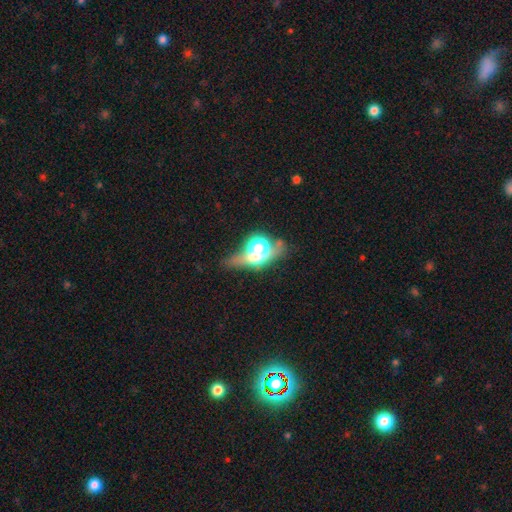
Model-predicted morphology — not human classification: smooth_or_featured: smooth (p=0.42) [tied with: featured or disk p=0.42]
merging: none (p=0.31) [alt: merger p=0.28]